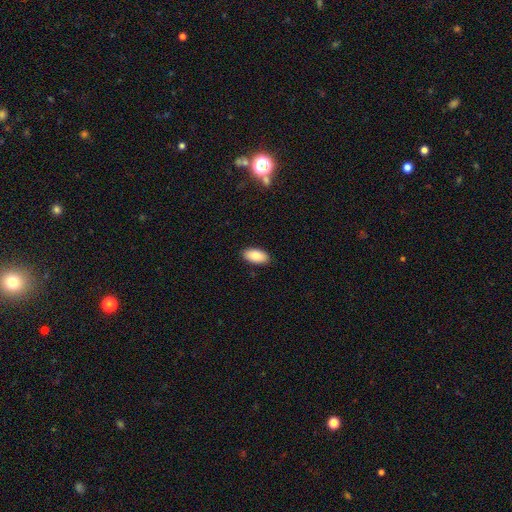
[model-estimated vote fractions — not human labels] A smooth galaxy with no disk features (87%) that is in between round and cigar-shaped (94%). Merging: none (89%).